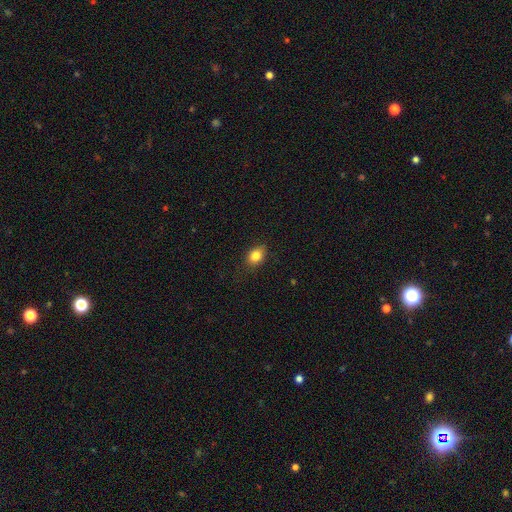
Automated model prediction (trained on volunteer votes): This appears to be a smooth galaxy with no disk features (84%) that is in between round and cigar-shaped (62%). Merging: none (83%).